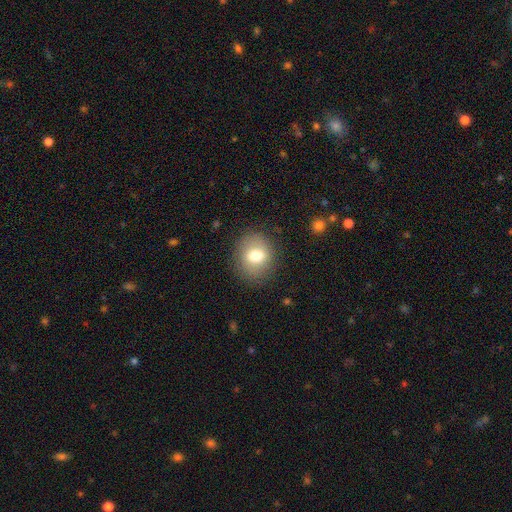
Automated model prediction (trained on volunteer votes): Overall: smooth (75%). How rounded: round (65%; in between 34%). Merging: none (84%).